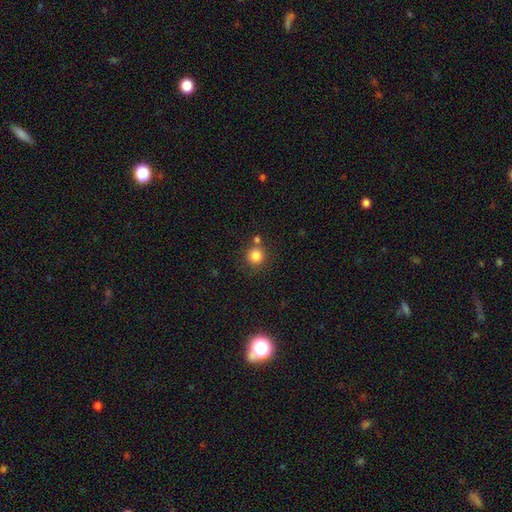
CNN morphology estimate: Smooth or featured? Predicted: smooth (p=0.83). How rounded? Predicted: round (p=0.93). Merging? Predicted: none (p=0.75).